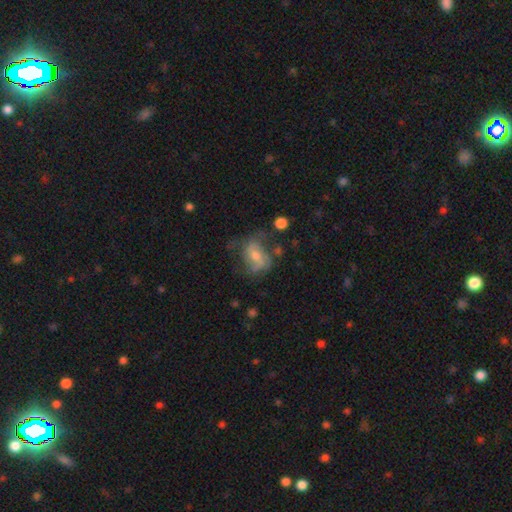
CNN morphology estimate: This is likely a featured or disk galaxy (61%). It is clearly not viewed edge-on (97%). Bar: possibly no (49%). Spiral arm pattern: likely yes (75%). Central bulge: possibly moderate (52%). Merging: possibly none (47%).